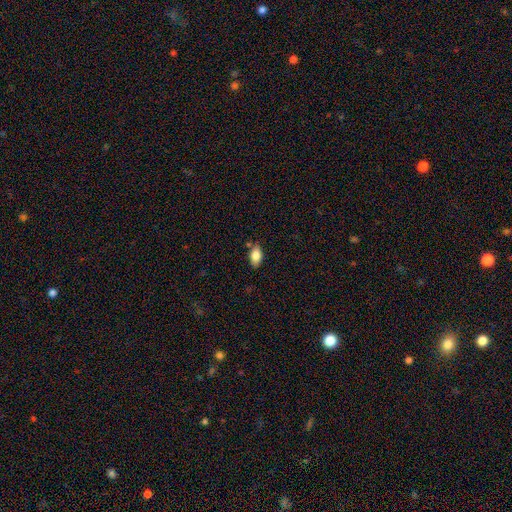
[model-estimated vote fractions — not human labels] Q: Smooth or featured?
A: smooth (83%); runner-up: featured or disk (10%)
Q: How rounded?
A: in between (91%); runner-up: round (6%)
Q: Merging?
A: none (80%); runner-up: minor disturbance (14%)